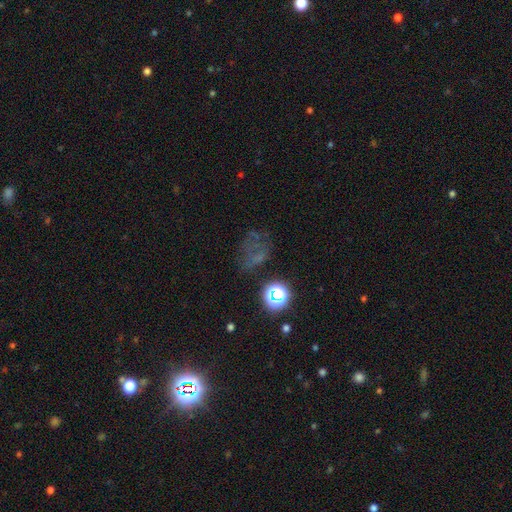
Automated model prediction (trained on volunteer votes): A star or artifact, not a galaxy (48%).

Vote fractions:
- Smooth or featured? star or artifact: 48% / smooth: 32% / featured or disk: 19%